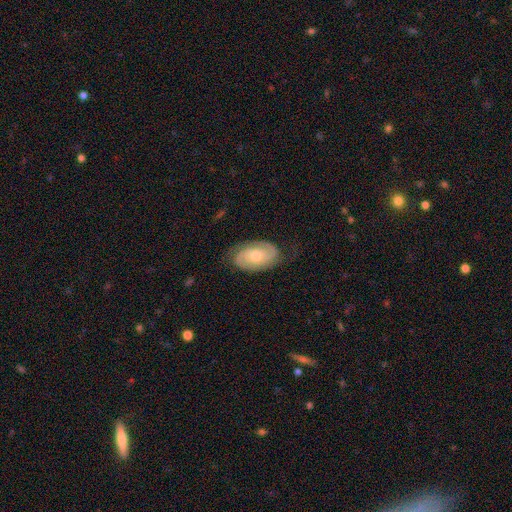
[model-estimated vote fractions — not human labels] This appears to be a featured or disk galaxy (77%) with no bar (67%), 2 (84%) tight (52%) spiral arms (94%) and a moderate central bulge (51%). Merging: none (75%).